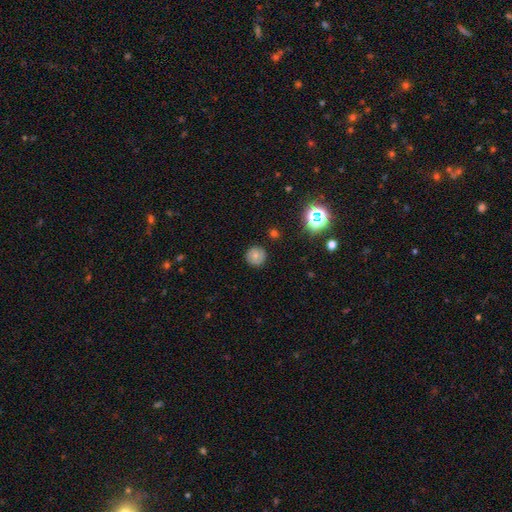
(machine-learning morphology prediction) Smooth or featured?
  - smooth: 73% *
  - star or artifact: 14%
  - featured or disk: 13%
How rounded?
  - round: 95% *
  - in between: 4%
  - cigar-shaped: 1%
Merging?
  - none: 89% *
  - minor disturbance: 7%
  - major disturbance: 2%
  - merger: 1%